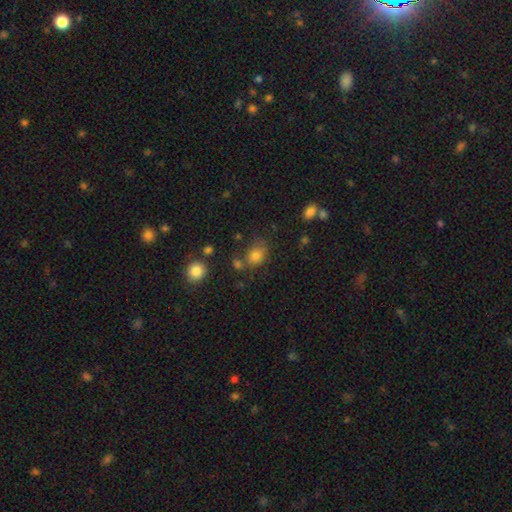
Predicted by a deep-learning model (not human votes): Q: Smooth or featured?
A: smooth (79%); runner-up: star or artifact (13%)
Q: How rounded?
A: in between (51%); runner-up: round (48%)
Q: Merging?
A: none (60%); runner-up: minor disturbance (19%)